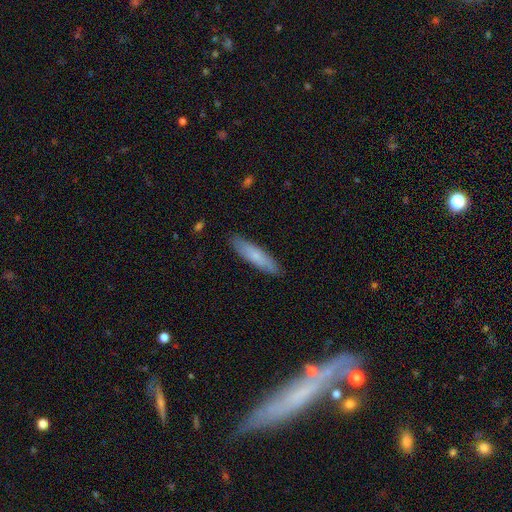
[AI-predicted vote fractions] Overall: smooth (73%). How rounded: cigar-shaped (79%). Merging: none (88%).